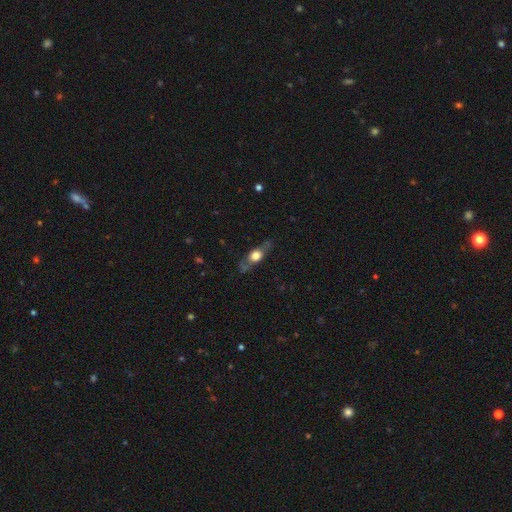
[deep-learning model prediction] Smooth or featured? Predicted: smooth (p=0.49). Merging? Predicted: none (p=0.64).